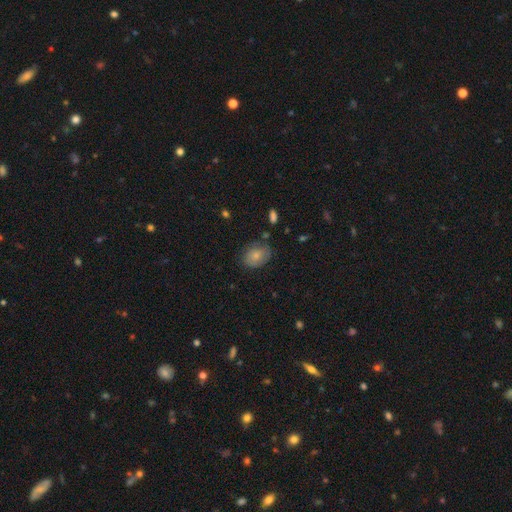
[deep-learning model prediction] smooth 72%, featured or disk 20%, star or artifact 8%. Down the decision tree: how rounded — in between (69%); merging — none (68%).